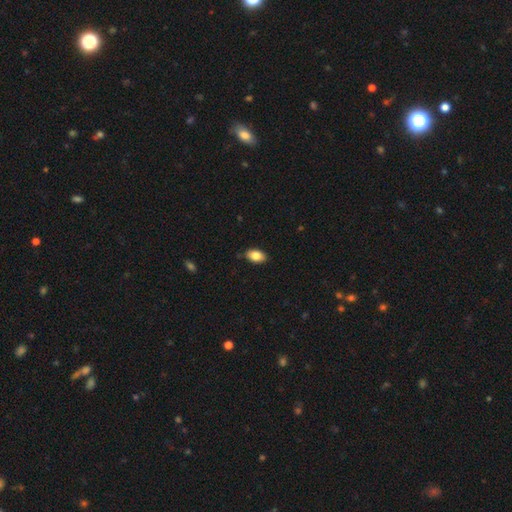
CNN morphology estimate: A smooth galaxy with no disk features (84%) that is in between round and cigar-shaped (92%). Merging: none (86%).